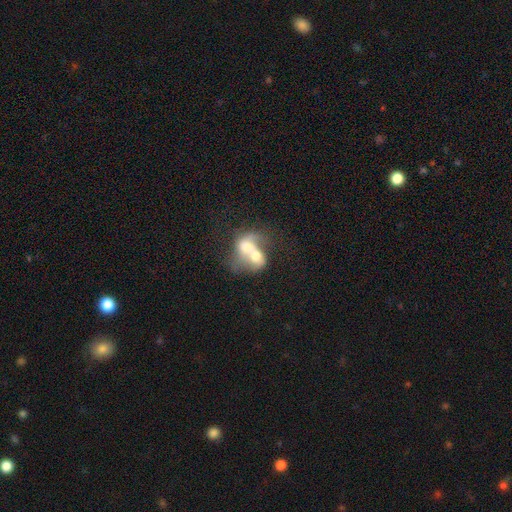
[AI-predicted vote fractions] The model was most divided on "smooth or featured": smooth: 49%, featured or disk: 43%, star or artifact: 8%. More confident: merging — merger (82%).